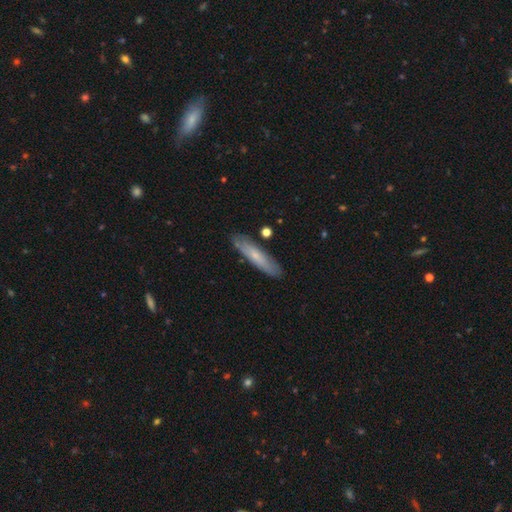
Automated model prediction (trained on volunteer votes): Overall: smooth (60%; featured or disk 34%). How rounded: cigar-shaped (81%). Merging: none (84%).